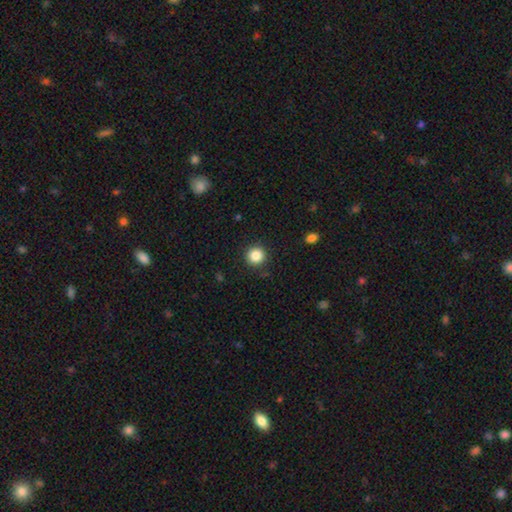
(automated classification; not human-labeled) smooth-or-featured: smooth: 85% | star or artifact: 10% | featured or disk: 5%
  how-rounded: round: 95% | in between: 4% | cigar-shaped: 1%
  merging: none: 91% | minor disturbance: 6% | major disturbance: 2% | merger: 1%